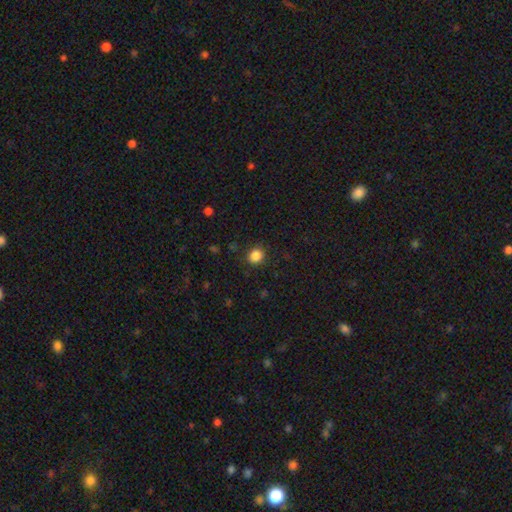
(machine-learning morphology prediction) The model was most divided on "how rounded": round: 80%, in between: 19%, cigar-shaped: 1%. More confident: merging — none (88%); smooth or featured — smooth (85%).